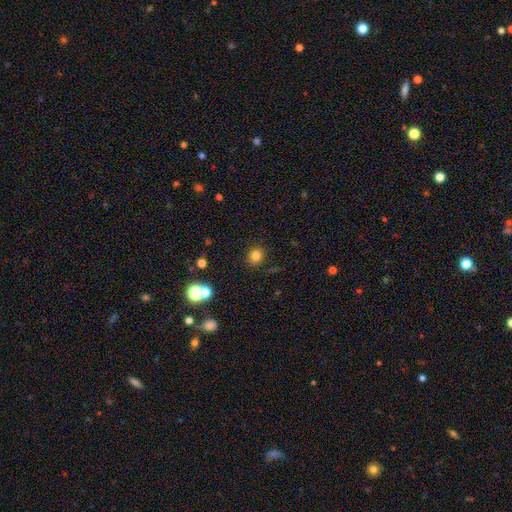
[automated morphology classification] smooth_or_featured: smooth (p=0.80) [alt: star or artifact p=0.14]
how_rounded: round (p=0.73) [alt: in between p=0.26]
merging: none (p=0.85) [alt: minor disturbance p=0.09]